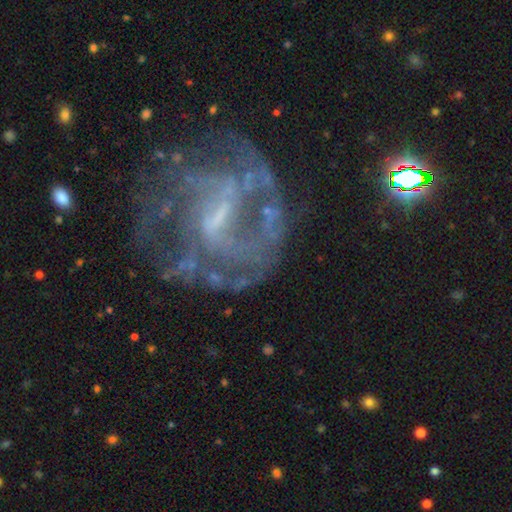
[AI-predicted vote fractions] This is clearly a featured or disk galaxy (84%). It is clearly not viewed edge-on (98%). Bar: possibly weak (48%). Spiral arm pattern: clearly yes (86%). Spiral arm count: marginally 2 (42%). Spiral winding: possibly medium (45%). Central bulge: marginally small (40%). Merging: possibly none (55%).